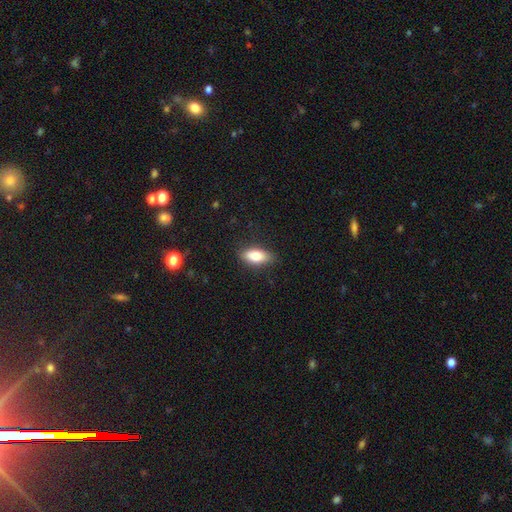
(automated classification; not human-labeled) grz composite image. It shows a smooth galaxy with no disk features (79%) that is in between round and cigar-shaped (83%). Merging: none (84%).